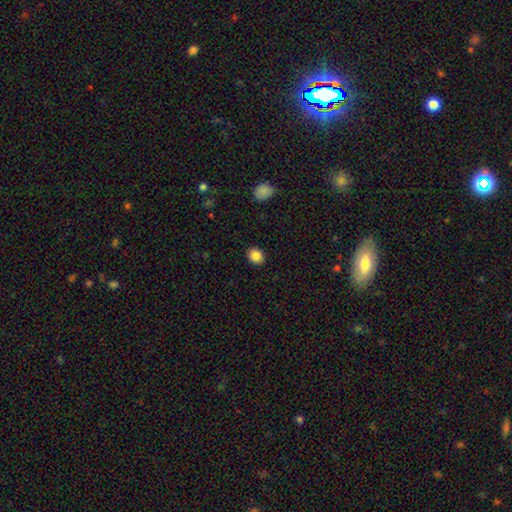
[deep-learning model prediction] Overall: smooth (86%). How rounded: round (67%; in between 32%). Merging: none (91%).